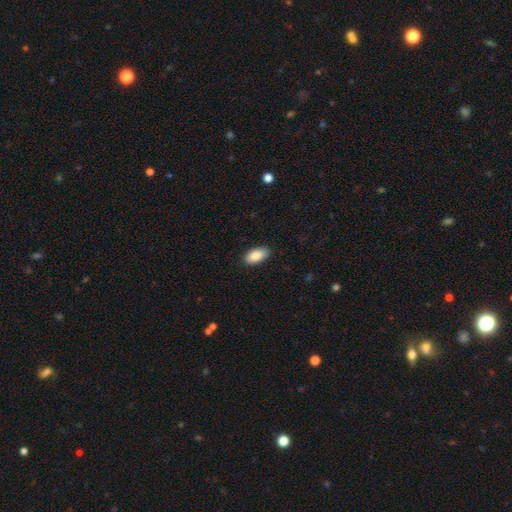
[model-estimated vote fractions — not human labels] Smooth or featured: smooth — 89% (star or artifact — 6%)
How rounded: in between — 93% (cigar-shaped — 4%)
Merging: none — 88% (minor disturbance — 9%)